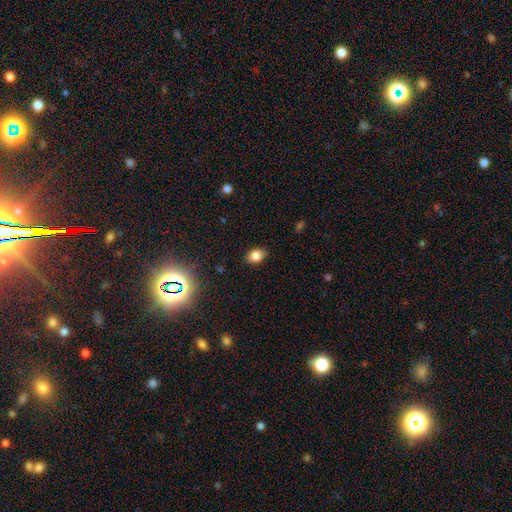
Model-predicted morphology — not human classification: This is clearly a smooth galaxy (83%). How rounded: likely in between (71%). Merging: clearly none (85%).